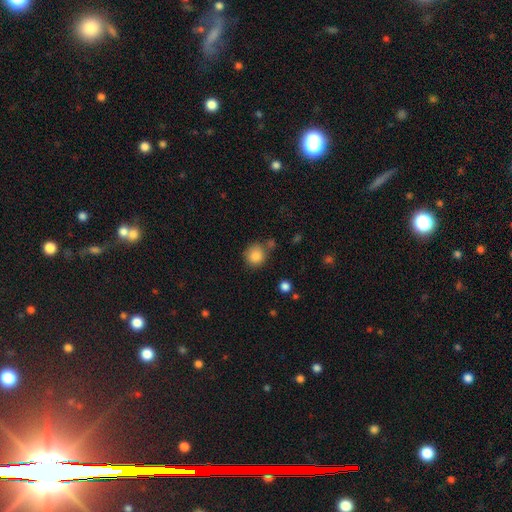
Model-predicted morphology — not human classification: This appears to be a smooth galaxy with no disk features (85%) that is round (89%). Merging: none (73%).